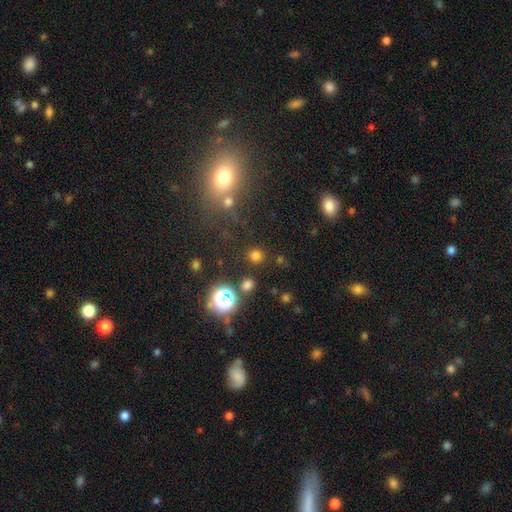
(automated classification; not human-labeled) The model was most divided on "smooth or featured": smooth: 71%, star or artifact: 24%, featured or disk: 5%. More confident: how rounded — round (92%); merging — none (87%).